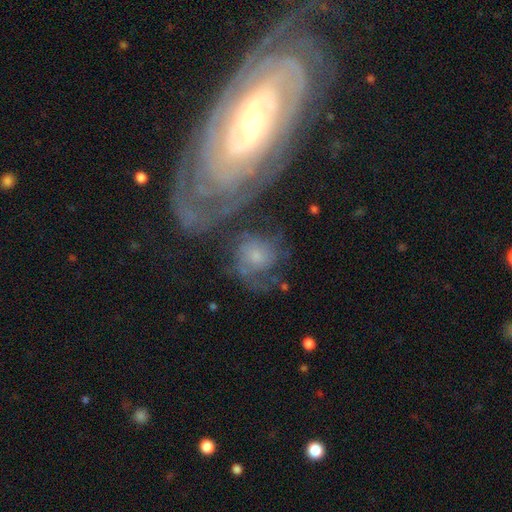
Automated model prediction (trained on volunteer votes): Smooth or featured: featured or disk — 64% (smooth — 26%)
Edge-on disk: no — 97% (yes — 3%)
Bar: no — 67% (weak — 27%)
Spiral arms: yes — 89% (no — 11%)
Spiral winding: tight — 52% (medium — 37%)
Spiral arm count: 2 — 34% (can't tell — 32%)
Bulge size: small — 51% (moderate — 34%)
Merging: none — 43% (merger — 23%)